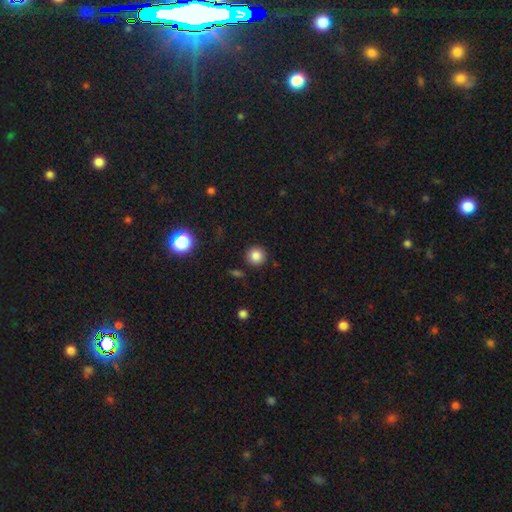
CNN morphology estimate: type=smooth (84%); roundness=round (94%); merging=none (90%).